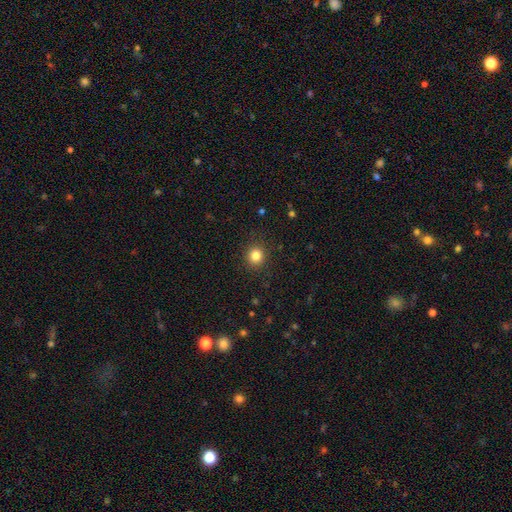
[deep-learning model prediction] smooth_or_featured: smooth (p=0.83) [alt: star or artifact p=0.12]
how_rounded: round (p=0.87) [alt: in between p=0.12]
merging: none (p=0.90) [alt: minor disturbance p=0.06]